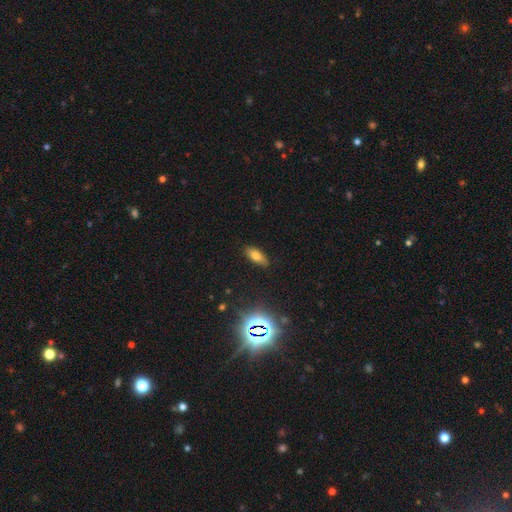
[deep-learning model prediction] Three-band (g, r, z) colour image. It shows a smooth galaxy with no disk features (70%) that is in between round and cigar-shaped (78%). Merging: none (85%).